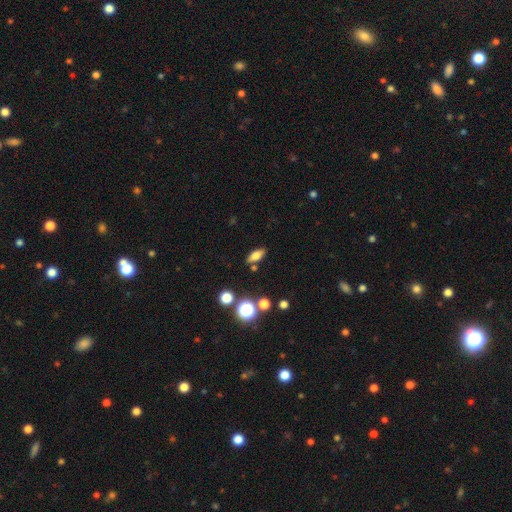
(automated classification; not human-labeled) This appears to be a smooth galaxy with no disk features (72%) that is in between round and cigar-shaped (74%). Merging: none (81%).